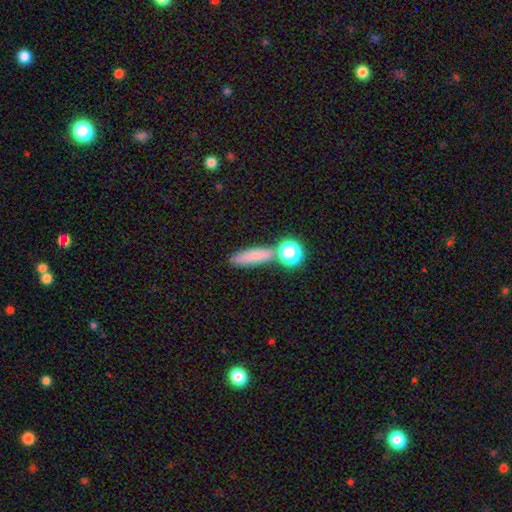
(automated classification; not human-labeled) The model was most divided on "how rounded": cigar-shaped: 55%, in between: 32%, round: 13%. More confident: smooth or featured — smooth (74%); merging — none (67%).